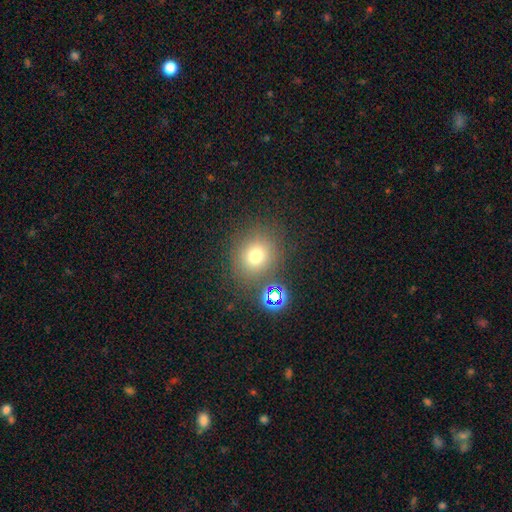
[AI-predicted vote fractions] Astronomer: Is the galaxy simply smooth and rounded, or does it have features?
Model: smooth — 71%.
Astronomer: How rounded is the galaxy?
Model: round — 82%.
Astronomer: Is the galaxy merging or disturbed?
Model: none — 78%.